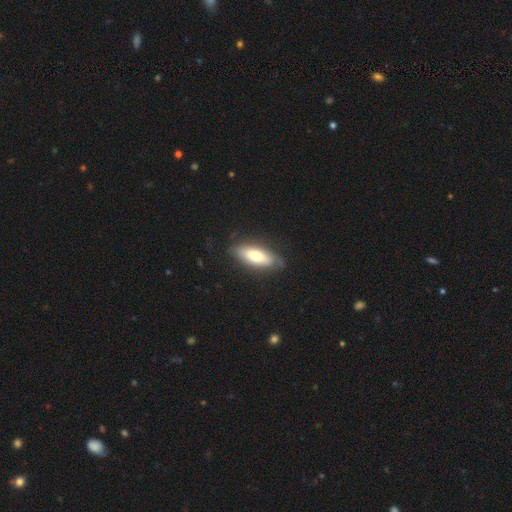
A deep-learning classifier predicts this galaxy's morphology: Overall: smooth (64%; featured or disk 30%). How rounded: in between (69%). Merging: none (77%).